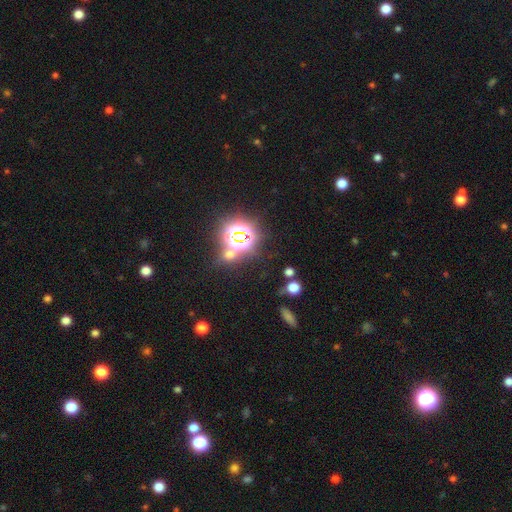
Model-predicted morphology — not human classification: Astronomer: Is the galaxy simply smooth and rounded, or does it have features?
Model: star or artifact — 82%.